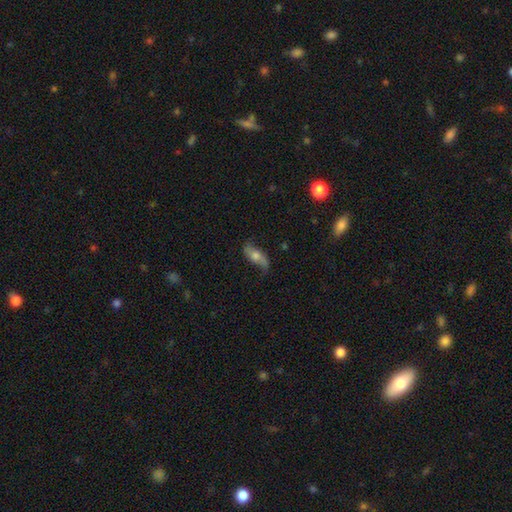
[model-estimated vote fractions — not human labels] Smooth or featured: featured or disk — 51% (smooth — 42%)
Edge-on disk: no — 74% (yes — 26%)
Merging: none — 68% (minor disturbance — 22%)